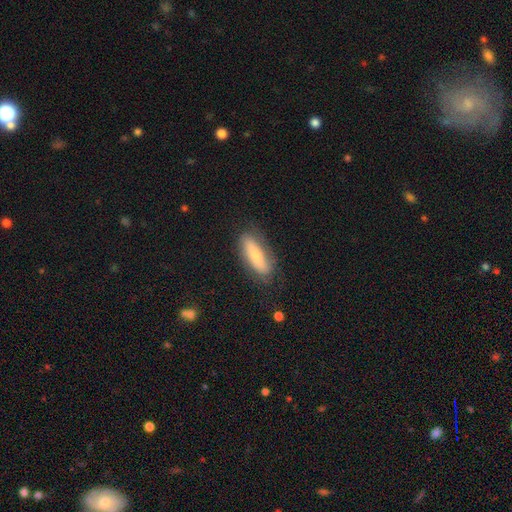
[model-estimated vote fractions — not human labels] smooth-or-featured: smooth: 65% | featured or disk: 29% | star or artifact: 7%
  how-rounded: in between: 58% | cigar-shaped: 40% | round: 2%
  merging: none: 77% | minor disturbance: 17% | major disturbance: 5% | merger: 1%